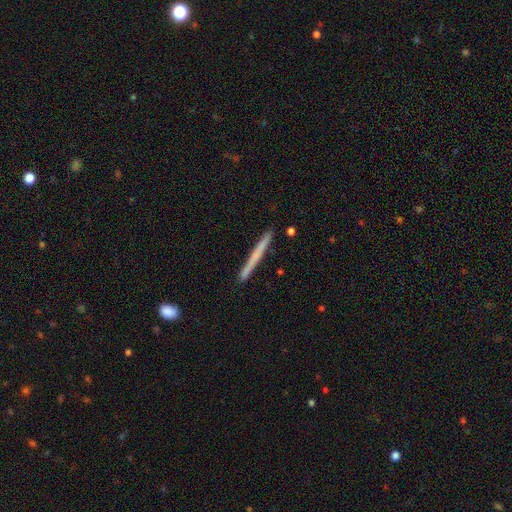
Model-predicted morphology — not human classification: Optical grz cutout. It shows a smooth galaxy with no disk features (52%) that is cigar-shaped (97%). Merging: none (91%).